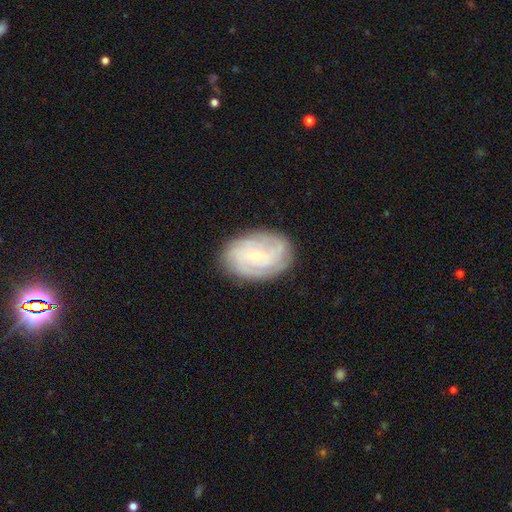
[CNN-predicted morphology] A featured or disk galaxy (69%) with no bar (60%), tight (58%) spiral arms (88%) and a small central bulge (75%). Merging: none (80%).